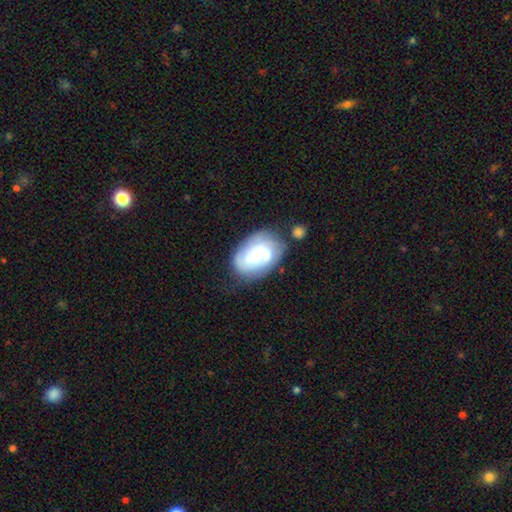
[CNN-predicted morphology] Smooth or featured? Predicted: featured or disk (p=0.72). Edge-on disk? Predicted: no (p=0.97). Bar? Predicted: no (p=0.52). Spiral arms? Predicted: yes (p=0.93). Spiral winding? Predicted: tight (p=0.44). Spiral arm count? Predicted: 2 (p=0.49). Bulge size? Predicted: small (p=0.48). Merging? Predicted: none (p=0.66).